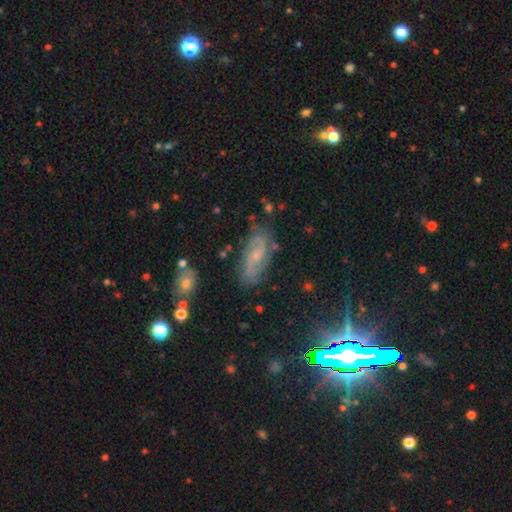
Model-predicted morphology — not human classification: smooth-or-featured: featured or disk: 66% | smooth: 18% | star or artifact: 16%
  disk-edge-on: no: 90% | yes: 10%
    bar: no: 47% | weak: 42% | strong: 11%
    has-spiral-arms: yes: 90% | no: 10%
      spiral-winding: medium: 43% | loose: 28% | tight: 28%
      spiral-arm-count: 2: 68% | can't tell: 19% | 3: 5% | 1: 3% | 4: 2% | more than 4: 2%
    bulge-size: small: 61% | moderate: 29% | none: 8% | large: 2% | dominant: 1%
  merging: none: 72% | minor disturbance: 18% | major disturbance: 7% | merger: 3%